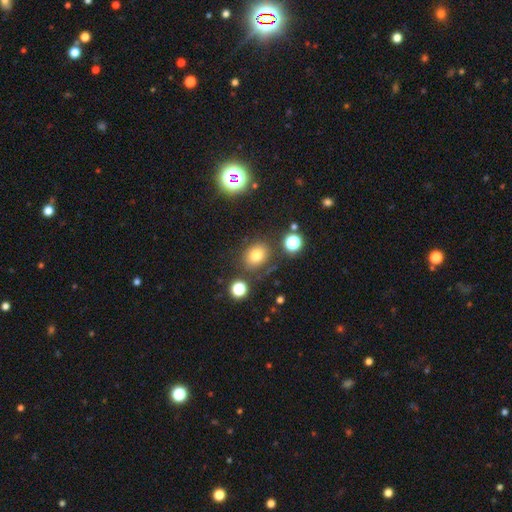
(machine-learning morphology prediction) Smooth or featured? Predicted: smooth (p=0.75). How rounded? Predicted: round (p=0.58). Merging? Predicted: none (p=0.80).